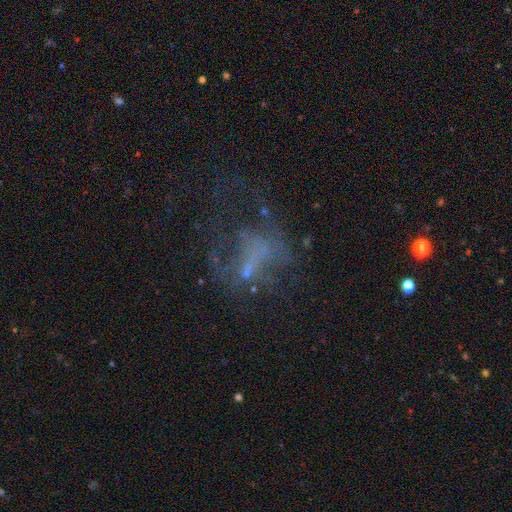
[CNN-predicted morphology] A featured or disk galaxy (47%).

Vote fractions:
- Smooth or featured? featured or disk: 47% / star or artifact: 29% / smooth: 24%
- Merging? major disturbance: 40% / none: 39% / minor disturbance: 16% / merger: 5%